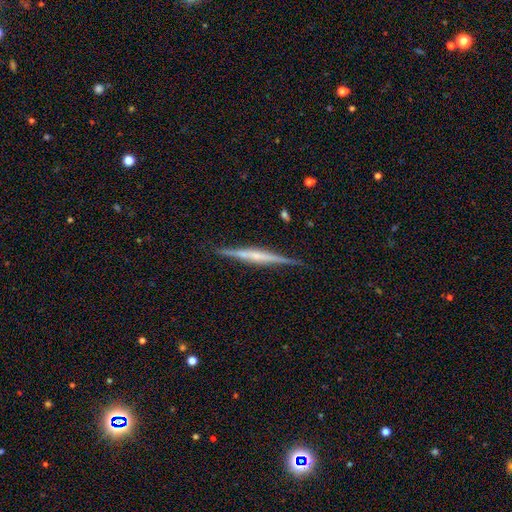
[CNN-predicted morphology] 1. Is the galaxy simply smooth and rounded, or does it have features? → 73% featured or disk, 21% smooth, 6% star or artifact.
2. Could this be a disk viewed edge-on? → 98% yes, 2% no.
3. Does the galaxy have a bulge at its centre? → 42% rounded, 38% none, 20% boxy.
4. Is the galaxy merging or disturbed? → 88% none, 9% minor disturbance, 2% major disturbance, 1% merger.